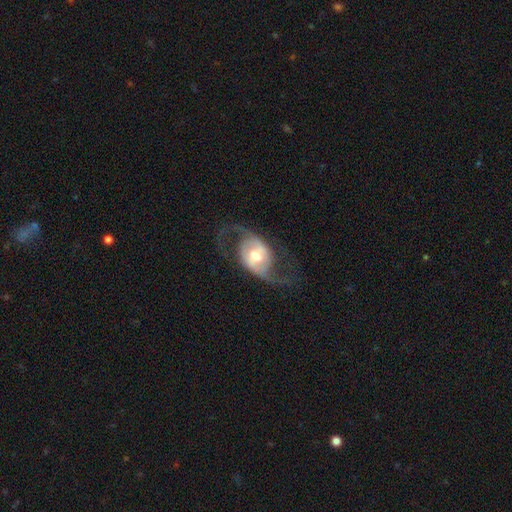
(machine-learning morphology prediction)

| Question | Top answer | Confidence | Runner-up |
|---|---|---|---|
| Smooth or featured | featured or disk | 84% | smooth (11%) |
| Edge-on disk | no | 95% | yes (5%) |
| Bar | weak | 41% | no (38%) |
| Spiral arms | yes | 92% | no (8%) |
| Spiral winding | loose | 61% | medium (32%) |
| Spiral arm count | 2 | 93% | can't tell (3%) |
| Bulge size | moderate | 62% | large (20%) |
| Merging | none | 69% | major disturbance (16%) |